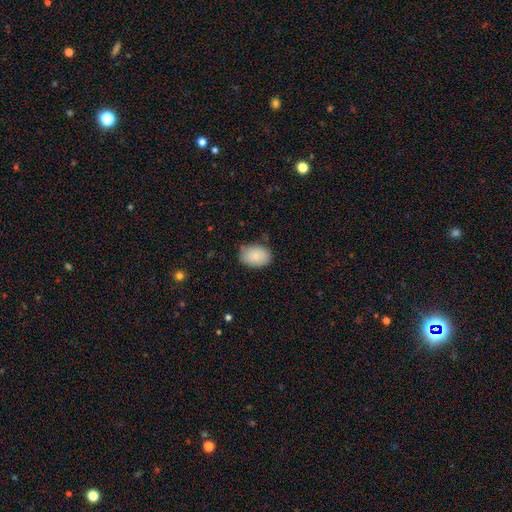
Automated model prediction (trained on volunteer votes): This appears to be a smooth galaxy with no disk features (87%) that is in between round and cigar-shaped (81%). Merging: none (79%).